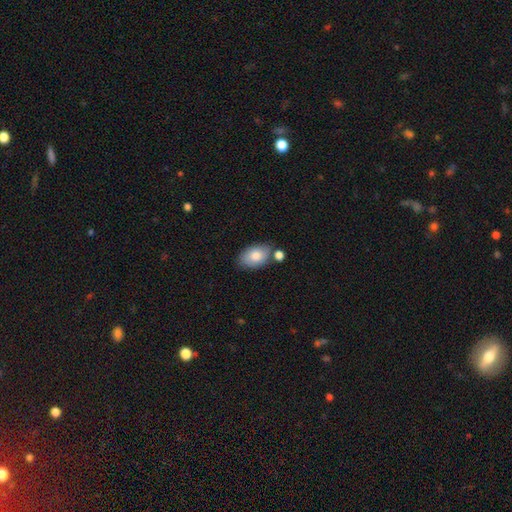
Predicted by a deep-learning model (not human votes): A smooth galaxy with no disk features (81%) that is in between round and cigar-shaped (90%).

Vote fractions:
- Smooth or featured? smooth: 81% / featured or disk: 13% / star or artifact: 7%
- How rounded? in between: 90% / round: 9% / cigar-shaped: 1%
- Merging? none: 69% / minor disturbance: 16% / merger: 12% / major disturbance: 4%